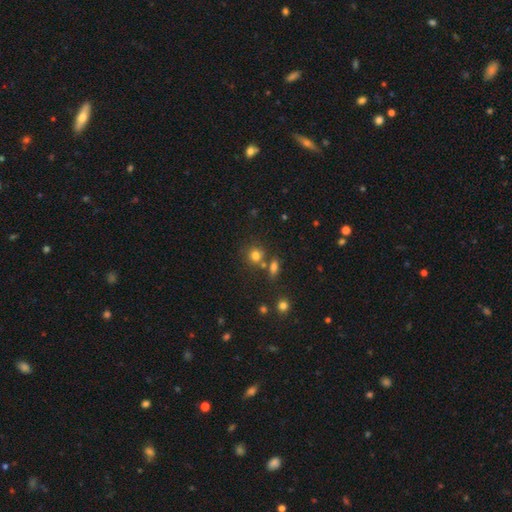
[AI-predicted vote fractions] A smooth galaxy with no disk features (77%) that is round (84%).

Vote fractions:
- Smooth or featured? smooth: 77% / star or artifact: 14% / featured or disk: 9%
- How rounded? round: 84% / in between: 15% / cigar-shaped: 1%
- Merging? none: 65% / merger: 21% / minor disturbance: 10% / major disturbance: 4%